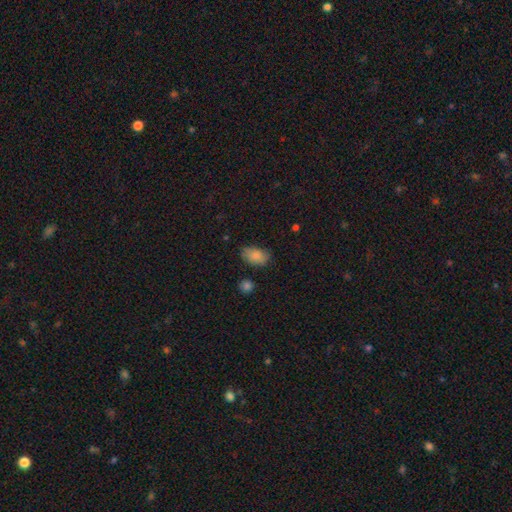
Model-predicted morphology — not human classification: type=smooth (84%); roundness=in between (89%); merging=none (70%).